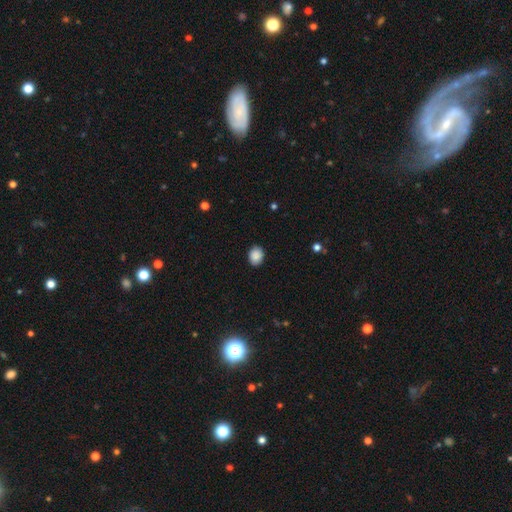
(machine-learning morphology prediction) The model was most divided on "how rounded": in between: 53%, round: 46%, cigar-shaped: 1%. More confident: smooth or featured — smooth (89%); merging — none (89%).